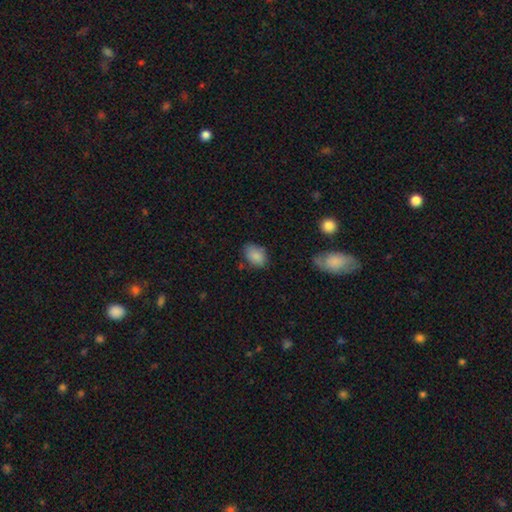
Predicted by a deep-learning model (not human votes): smooth-or-featured: smooth: 85% | star or artifact: 8% | featured or disk: 7%
  how-rounded: in between: 78% | round: 20% | cigar-shaped: 1%
  merging: none: 69% | minor disturbance: 23% | major disturbance: 5% | merger: 3%